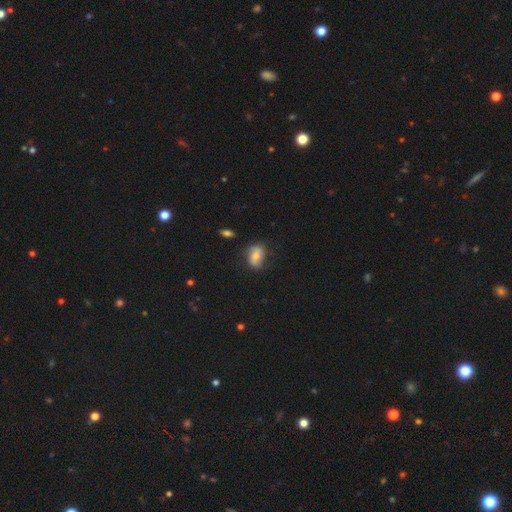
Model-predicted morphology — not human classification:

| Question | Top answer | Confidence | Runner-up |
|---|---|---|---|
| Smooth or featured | smooth | 60% | featured or disk (31%) |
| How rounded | in between | 81% | round (17%) |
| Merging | none | 68% | minor disturbance (23%) |